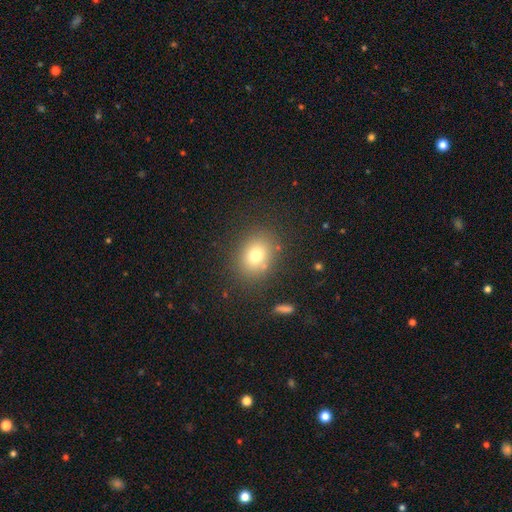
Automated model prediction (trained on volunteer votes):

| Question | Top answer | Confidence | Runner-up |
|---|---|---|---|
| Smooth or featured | smooth | 74% | star or artifact (14%) |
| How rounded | round | 57% | in between (42%) |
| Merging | none | 82% | minor disturbance (10%) |